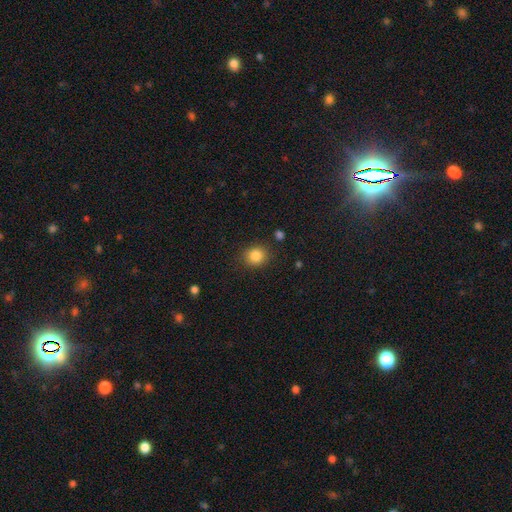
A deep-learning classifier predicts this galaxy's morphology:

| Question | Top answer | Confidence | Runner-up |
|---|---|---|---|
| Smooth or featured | smooth | 85% | star or artifact (10%) |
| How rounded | round | 79% | in between (20%) |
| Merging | none | 86% | minor disturbance (9%) |